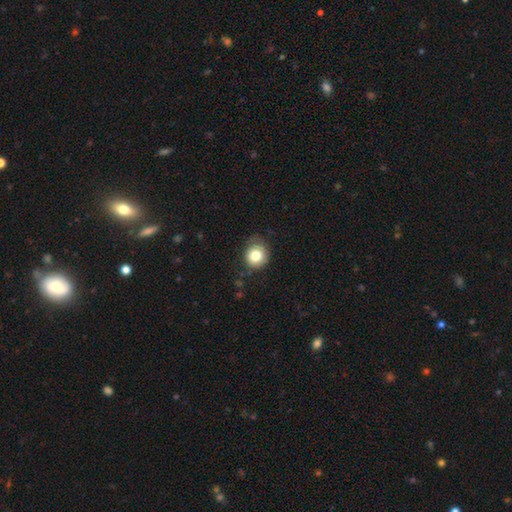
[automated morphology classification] This is clearly a smooth galaxy (81%). How rounded: clearly round (86%). Merging: likely none (71%).